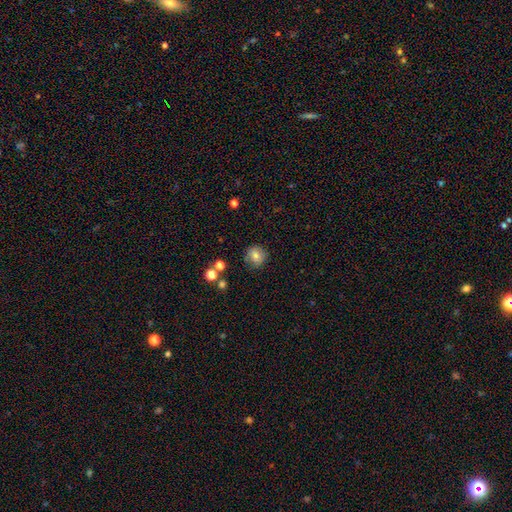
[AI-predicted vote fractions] smooth-or-featured: smooth: 77% | featured or disk: 12% | star or artifact: 11%
  how-rounded: round: 88% | in between: 11% | cigar-shaped: 1%
  merging: none: 83% | minor disturbance: 11% | major disturbance: 3% | merger: 3%